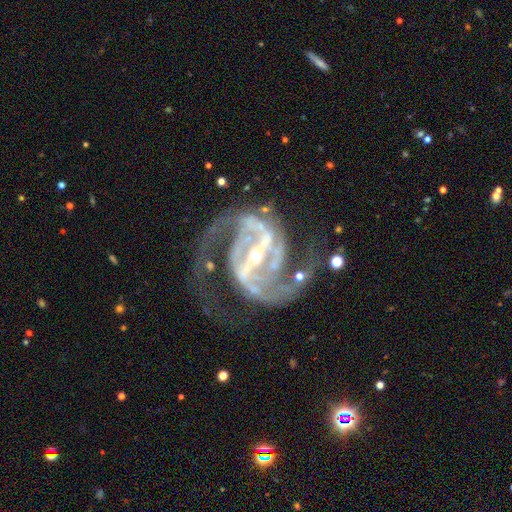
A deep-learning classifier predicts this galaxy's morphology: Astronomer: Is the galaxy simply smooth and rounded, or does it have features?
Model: featured or disk — 93%.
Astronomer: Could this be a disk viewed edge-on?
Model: no — 98%.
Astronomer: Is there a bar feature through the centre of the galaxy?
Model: strong — 77%.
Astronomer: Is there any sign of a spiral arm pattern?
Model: yes — 98%.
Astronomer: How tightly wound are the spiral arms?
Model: medium — 62%.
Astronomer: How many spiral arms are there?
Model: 2 — 84%.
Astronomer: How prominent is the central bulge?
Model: small — 71%.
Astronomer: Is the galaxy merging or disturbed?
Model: none — 62%.